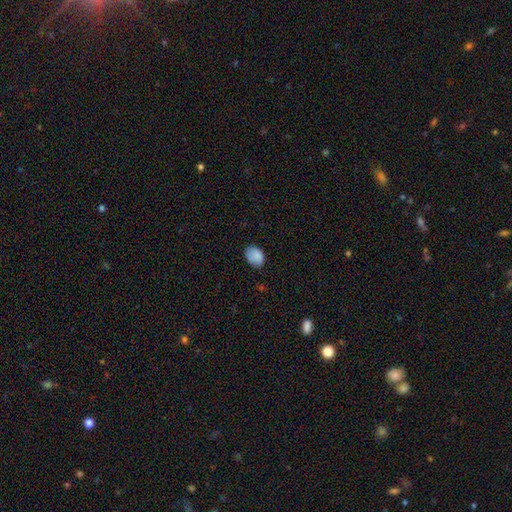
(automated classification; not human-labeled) Morphology: type=smooth (85%); roundness=in between (79%); merging=none (73%).